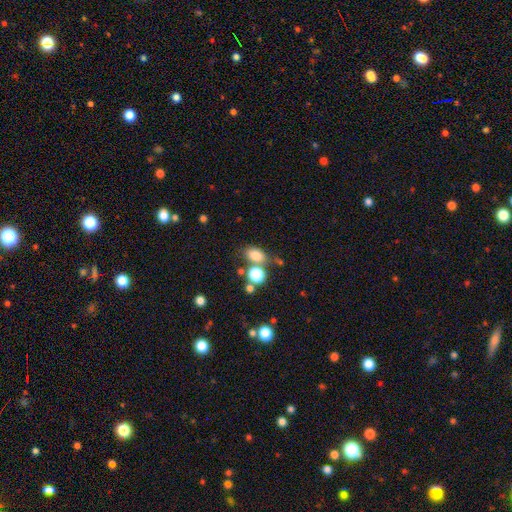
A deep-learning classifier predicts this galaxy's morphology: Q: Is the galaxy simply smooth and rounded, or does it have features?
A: smooth — 79%.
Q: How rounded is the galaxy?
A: in between — 74%.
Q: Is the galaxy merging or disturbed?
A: none — 61%.